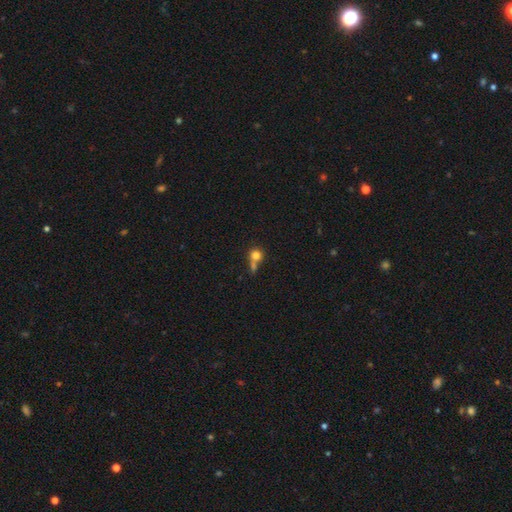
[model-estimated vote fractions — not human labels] A smooth galaxy with no disk features (76%) that is round (85%).

Vote fractions:
- Smooth or featured? smooth: 76% / featured or disk: 12% / star or artifact: 12%
- How rounded? round: 85% / in between: 13% / cigar-shaped: 2%
- Merging? merger: 42% / none: 40% / minor disturbance: 10% / major disturbance: 7%